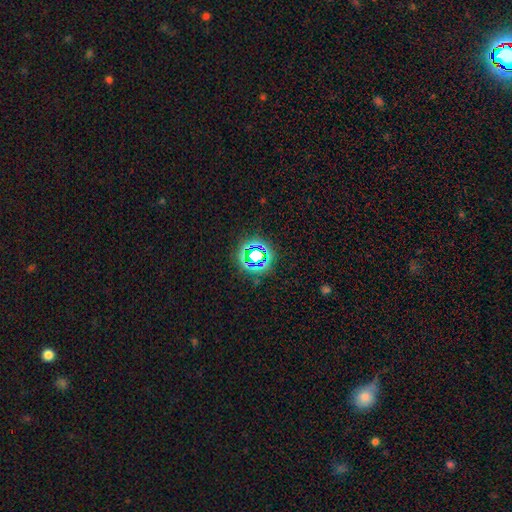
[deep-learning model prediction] The model was most divided on "smooth or featured": star or artifact: 62%, smooth: 26%, featured or disk: 11%.